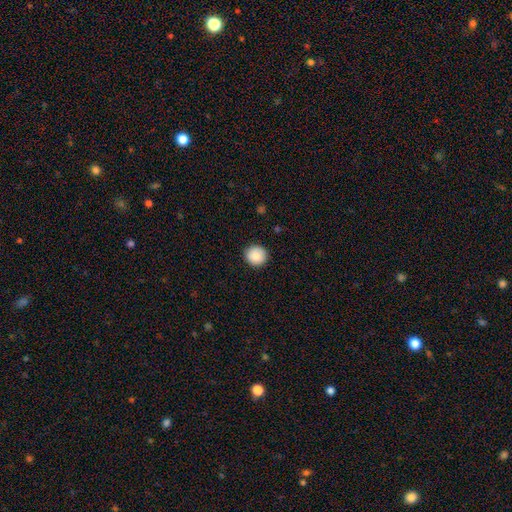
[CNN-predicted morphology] This is clearly a smooth galaxy (88%). How rounded: clearly round (93%). Merging: clearly none (90%).